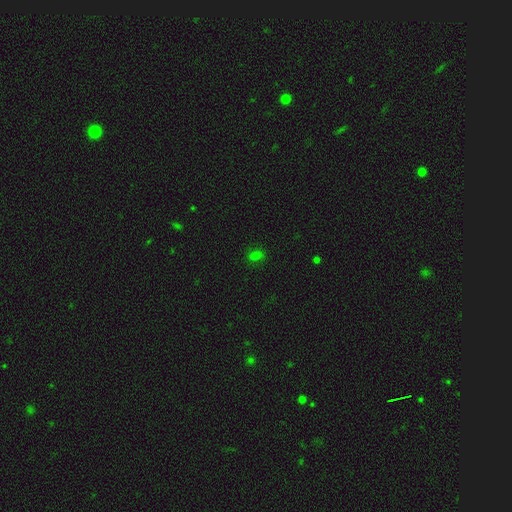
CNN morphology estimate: This appears to be a smooth galaxy with no disk features (70%) that is in between round and cigar-shaped (65%). Merging: none (84%).